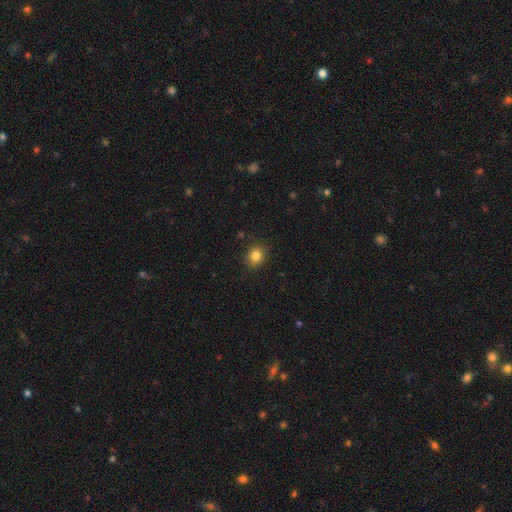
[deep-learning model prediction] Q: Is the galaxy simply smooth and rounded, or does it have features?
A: smooth — 84%.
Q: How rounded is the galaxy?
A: round — 63%.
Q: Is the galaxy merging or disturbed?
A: none — 88%.